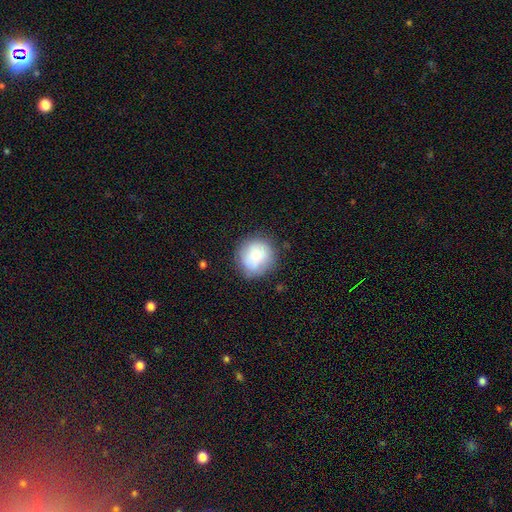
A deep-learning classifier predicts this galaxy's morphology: type=smooth (76%); roundness=round (88%); merging=none (74%).